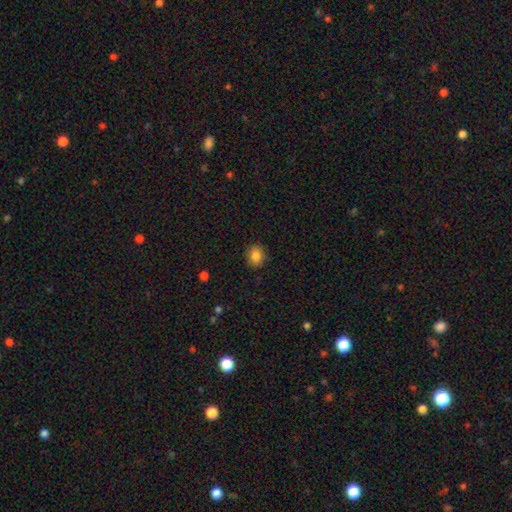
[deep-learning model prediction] The model was most divided on "how rounded": round: 65%, in between: 34%, cigar-shaped: 1%. More confident: merging — none (88%); smooth or featured — smooth (84%).